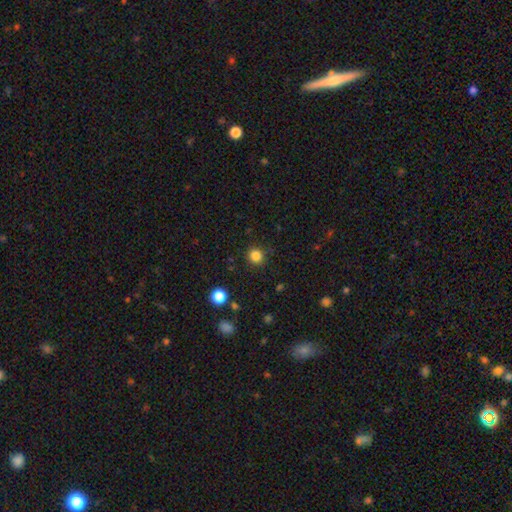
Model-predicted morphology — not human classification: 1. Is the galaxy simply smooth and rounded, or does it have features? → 84% smooth, 12% star or artifact, 4% featured or disk.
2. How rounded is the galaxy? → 92% round, 7% in between, 1% cigar-shaped.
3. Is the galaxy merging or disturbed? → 90% none, 7% minor disturbance, 2% major disturbance, 1% merger.